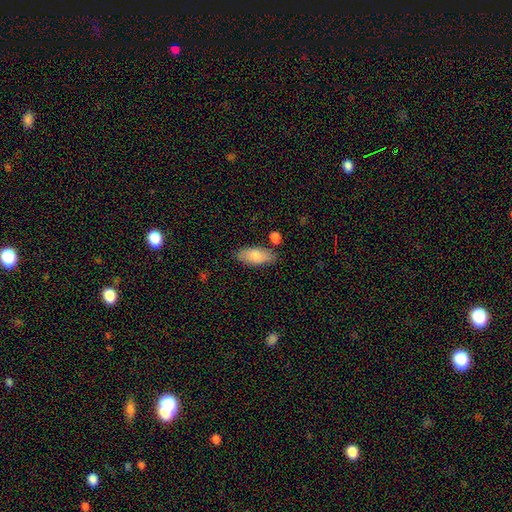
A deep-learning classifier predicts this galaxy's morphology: A smooth galaxy with no disk features (81%) that is in between round and cigar-shaped (88%). Merging: none (76%).